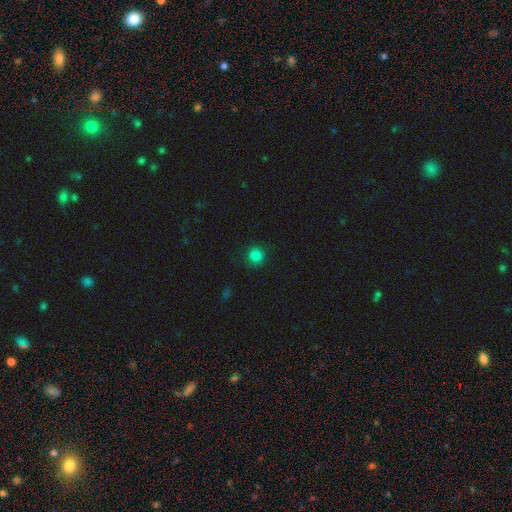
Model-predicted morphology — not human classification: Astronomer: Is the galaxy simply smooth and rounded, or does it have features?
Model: smooth — 83%.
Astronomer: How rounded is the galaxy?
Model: round — 94%.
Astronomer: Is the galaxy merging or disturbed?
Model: none — 90%.